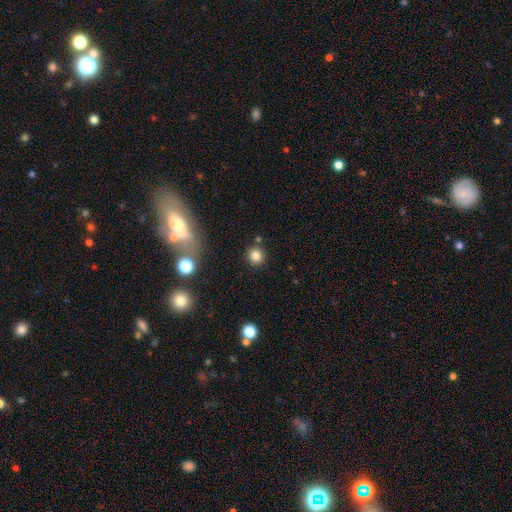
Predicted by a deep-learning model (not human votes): smooth-or-featured: smooth: 82% | star or artifact: 12% | featured or disk: 5%
  how-rounded: round: 92% | in between: 7% | cigar-shaped: 1%
  merging: none: 86% | minor disturbance: 7% | merger: 5% | major disturbance: 3%